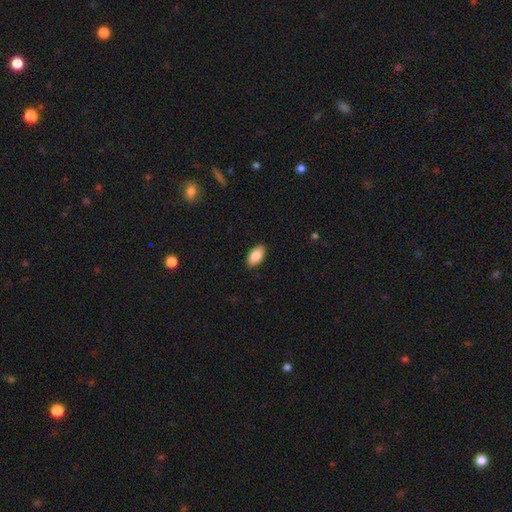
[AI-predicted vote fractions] smooth 86%, featured or disk 8%, star or artifact 7%. Down the decision tree: how rounded — in between (94%); merging — none (89%).